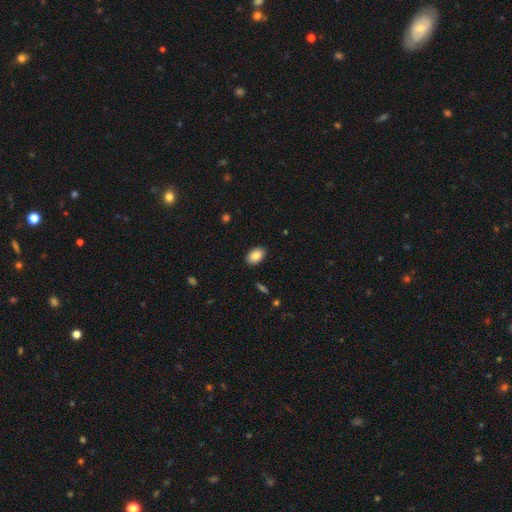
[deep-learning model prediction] Smooth or featured: smooth — 86% (star or artifact — 7%)
How rounded: in between — 89% (round — 10%)
Merging: none — 89% (minor disturbance — 8%)